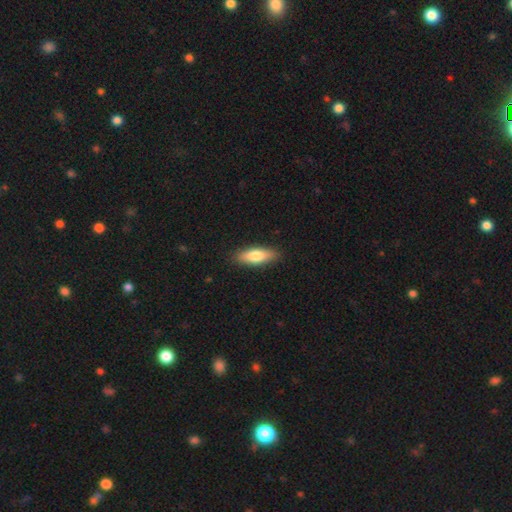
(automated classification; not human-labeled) Smooth or featured? smooth (74%)
How rounded? in between (57%)
Merging? none (88%)